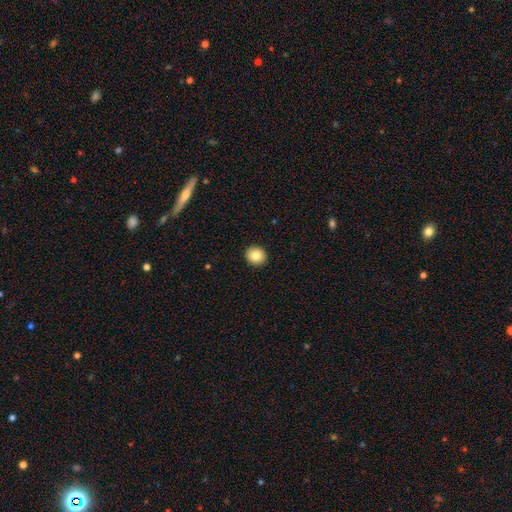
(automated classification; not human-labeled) Smooth or featured?
  - smooth: 83% *
  - star or artifact: 9%
  - featured or disk: 8%
How rounded?
  - round: 87% *
  - in between: 12%
  - cigar-shaped: 1%
Merging?
  - none: 93% *
  - minor disturbance: 5%
  - major disturbance: 1%
  - merger: 1%